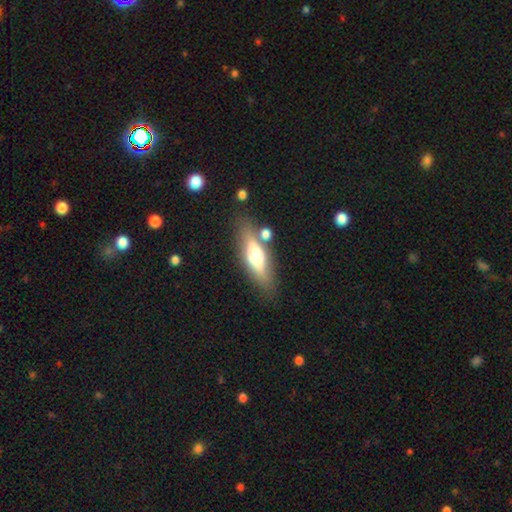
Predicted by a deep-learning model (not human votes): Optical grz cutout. It shows a featured or disk galaxy (48%). Merging: none (76%).